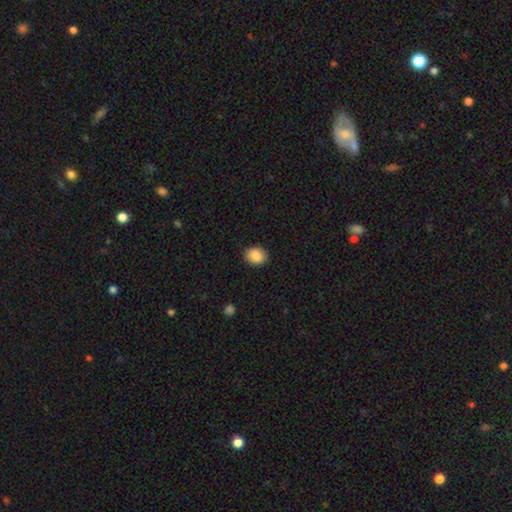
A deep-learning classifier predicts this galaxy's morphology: A smooth galaxy with no disk features (88%) that is round (55%). Merging: none (89%).